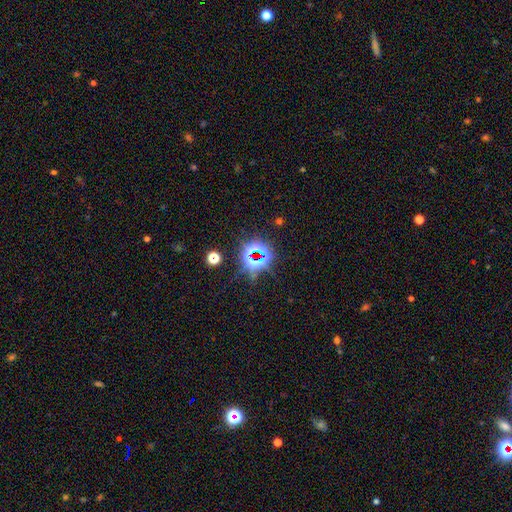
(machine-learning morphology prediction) star or artifact 75%, smooth 15%, featured or disk 9%.